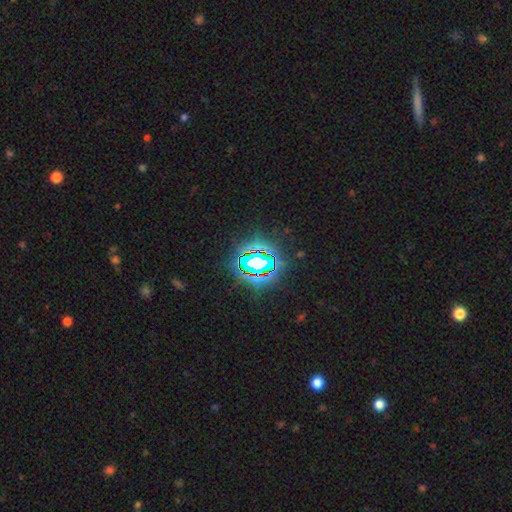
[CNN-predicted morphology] Smooth or featured?
  - star or artifact: 74% *
  - smooth: 14%
  - featured or disk: 11%